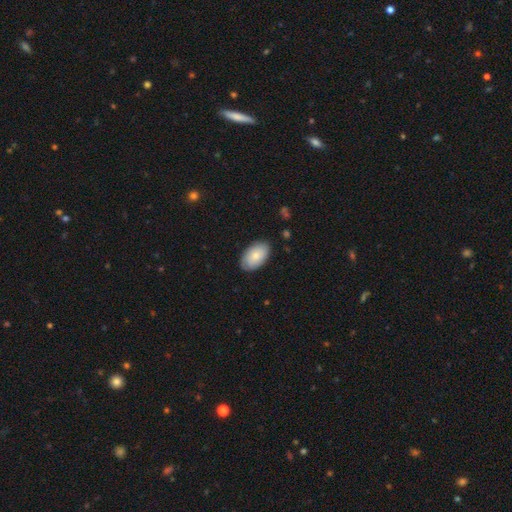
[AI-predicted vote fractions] smooth-or-featured: smooth: 80% | featured or disk: 14% | star or artifact: 6%
  how-rounded: in between: 94% | round: 5% | cigar-shaped: 1%
  merging: none: 85% | minor disturbance: 11% | major disturbance: 2% | merger: 1%